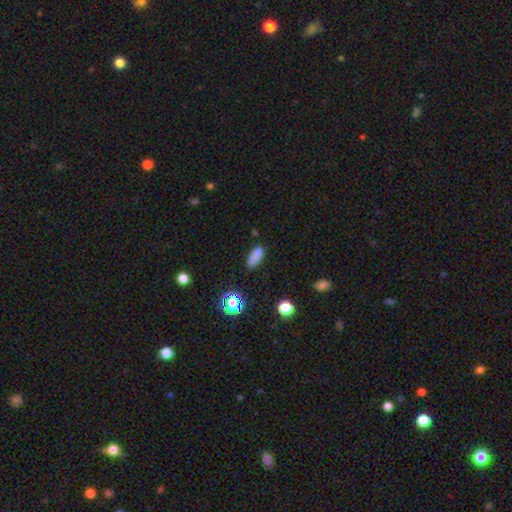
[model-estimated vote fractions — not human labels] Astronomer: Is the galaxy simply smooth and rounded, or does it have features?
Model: smooth — 80%.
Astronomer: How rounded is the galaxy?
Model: in between — 75%.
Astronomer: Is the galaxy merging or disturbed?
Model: none — 77%.